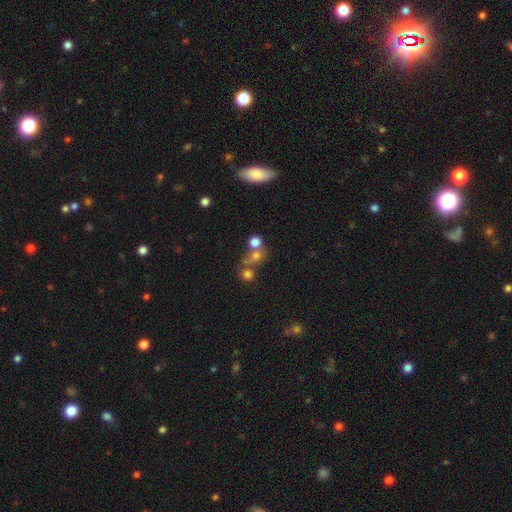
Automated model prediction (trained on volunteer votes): Morphology: type=smooth (66%); roundness=round (80%); merging=none (45%).